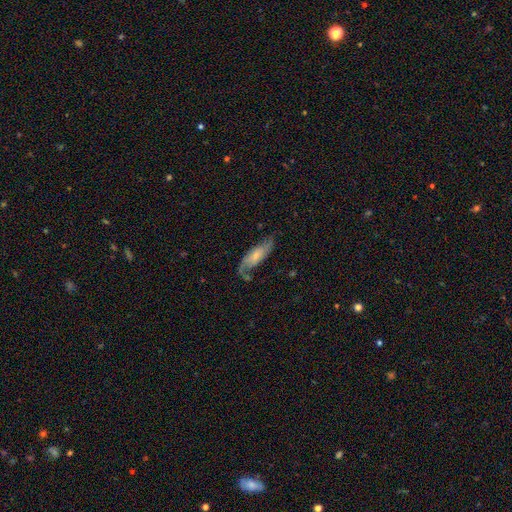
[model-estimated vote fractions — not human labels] featured or disk 61%, smooth 33%, star or artifact 6%. Down the decision tree: edge-on disk — no (84%); bar — no (62%); spiral arms — yes (88%); bulge size — small (56%); merging — none (58%).